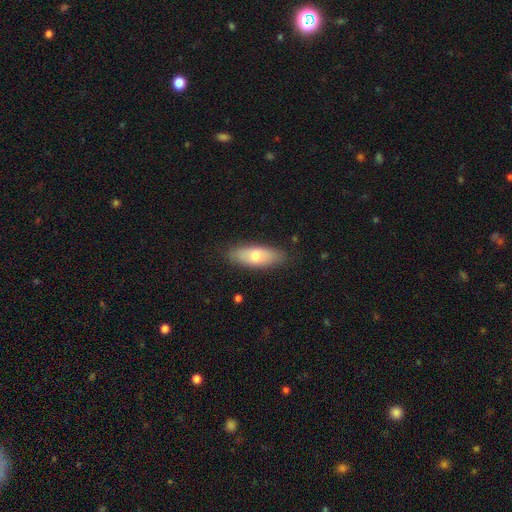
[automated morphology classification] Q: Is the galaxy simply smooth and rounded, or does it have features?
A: smooth — 67%.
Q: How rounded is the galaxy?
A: in between — 71%.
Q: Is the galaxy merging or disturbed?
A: none — 85%.